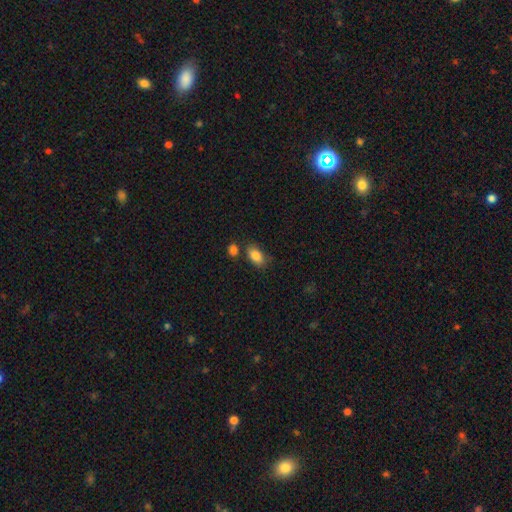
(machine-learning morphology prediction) Smooth or featured? smooth (84%)
How rounded? in between (89%)
Merging? none (71%)